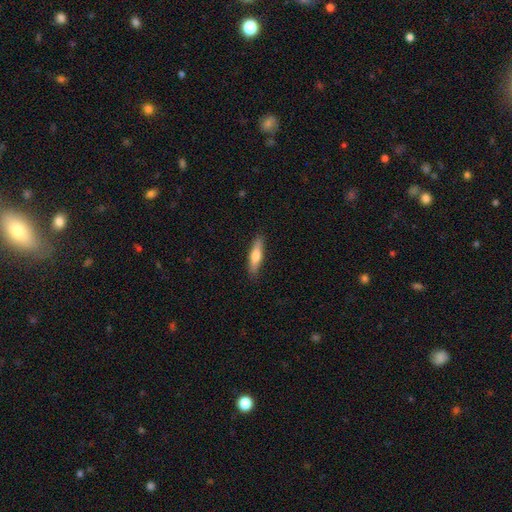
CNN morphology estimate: smooth_or_featured: smooth (p=0.64) [alt: featured or disk p=0.30]
how_rounded: cigar-shaped (p=0.71) [alt: in between p=0.27]
merging: none (p=0.88) [alt: minor disturbance p=0.09]